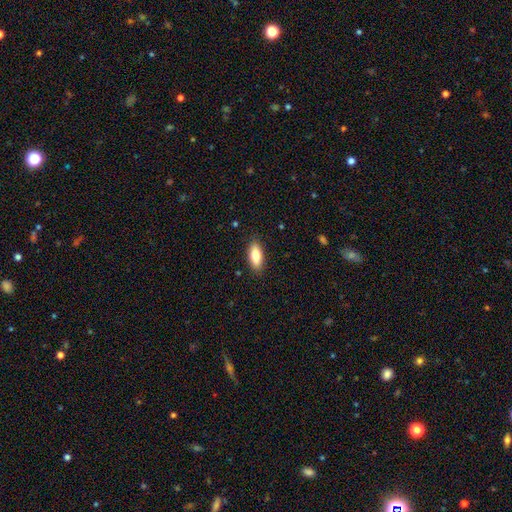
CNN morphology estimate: The model was most divided on "how rounded": in between: 82%, cigar-shaped: 15%, round: 3%. More confident: merging — none (88%); smooth or featured — smooth (80%).